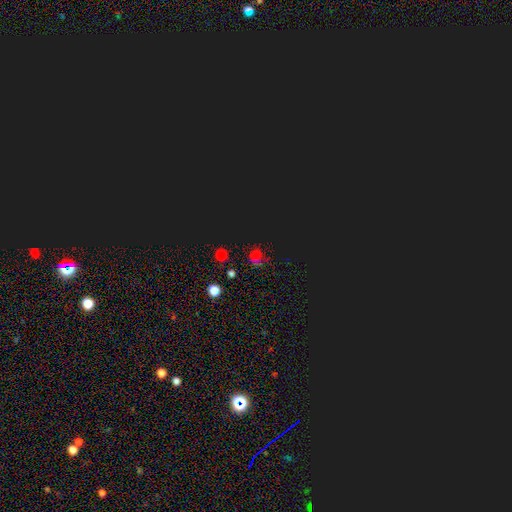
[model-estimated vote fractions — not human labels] A star or artifact, not a galaxy (59%).